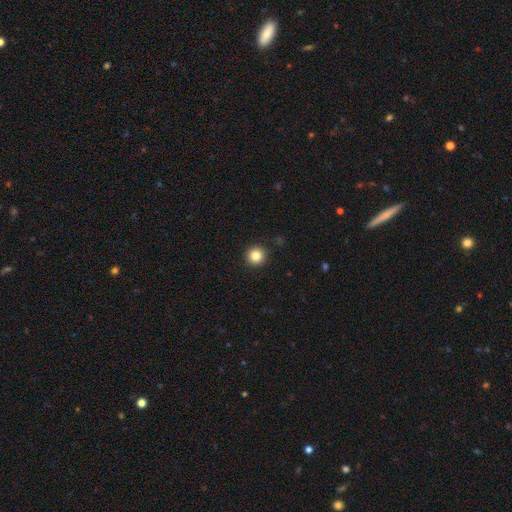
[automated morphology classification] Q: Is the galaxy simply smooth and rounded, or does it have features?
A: smooth — 83%.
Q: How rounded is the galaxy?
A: round — 95%.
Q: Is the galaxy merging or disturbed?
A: none — 92%.